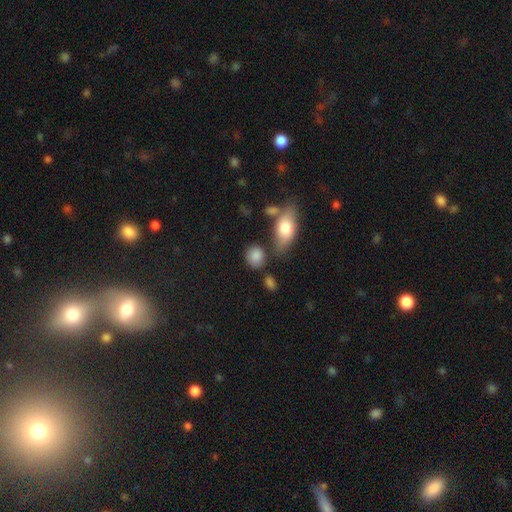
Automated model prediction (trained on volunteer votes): Smooth or featured? Predicted: smooth (p=0.84). How rounded? Predicted: round (p=0.60). Merging? Predicted: none (p=0.66).